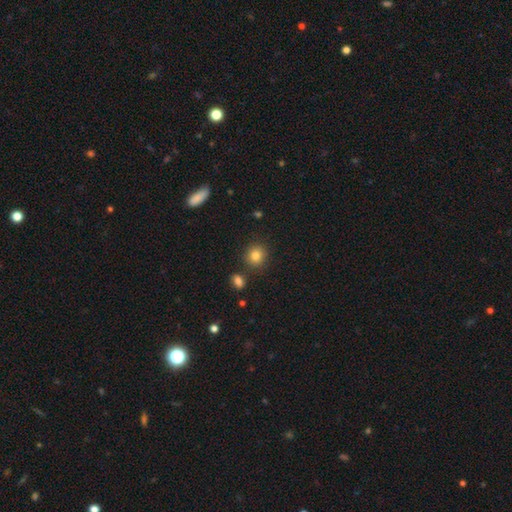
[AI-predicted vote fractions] A smooth galaxy with no disk features (83%) that is round (85%). Merging: none (84%).